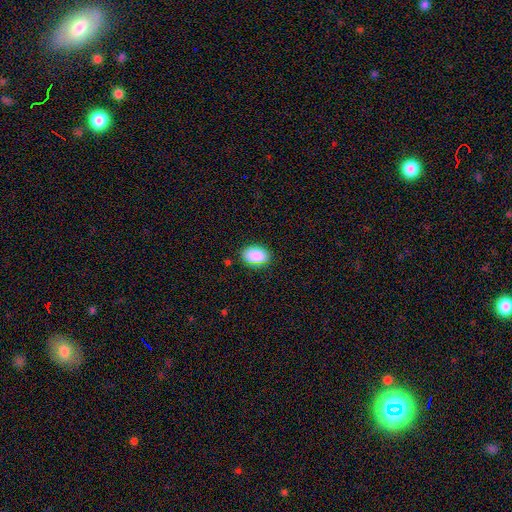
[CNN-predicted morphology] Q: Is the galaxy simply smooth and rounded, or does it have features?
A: smooth — 88%.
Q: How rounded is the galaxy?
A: in between — 86%.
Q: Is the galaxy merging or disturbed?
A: none — 85%.